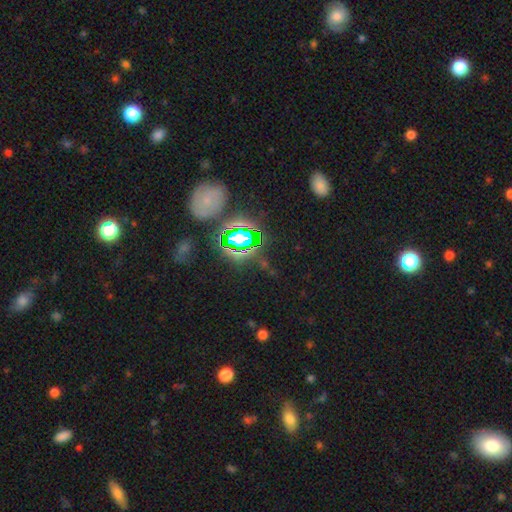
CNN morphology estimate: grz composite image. It shows a star or artifact, not a galaxy (73%).